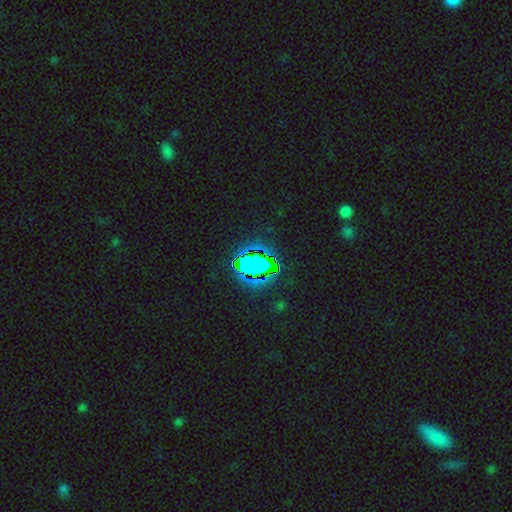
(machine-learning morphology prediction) This appears to be a star or artifact, not a galaxy (76%).